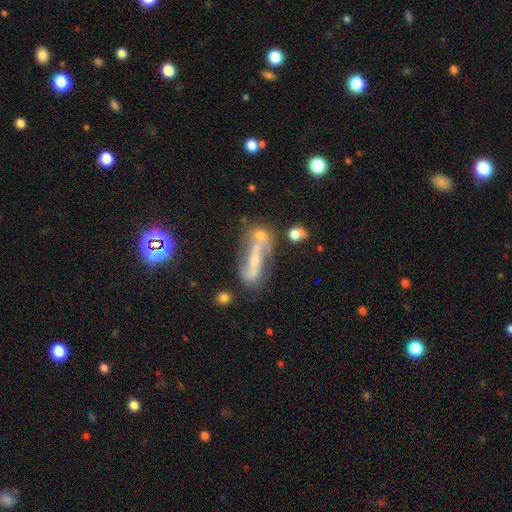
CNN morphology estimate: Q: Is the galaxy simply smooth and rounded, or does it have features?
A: featured or disk — 58%.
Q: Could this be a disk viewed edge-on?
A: no — 72%.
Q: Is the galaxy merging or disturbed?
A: none — 36%.